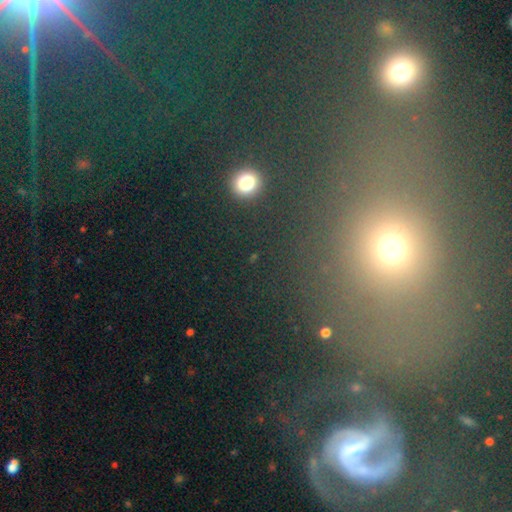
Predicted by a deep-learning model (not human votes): The model was most divided on "smooth or featured": smooth: 46%, star or artifact: 41%, featured or disk: 13%. More confident: merging — none (84%).